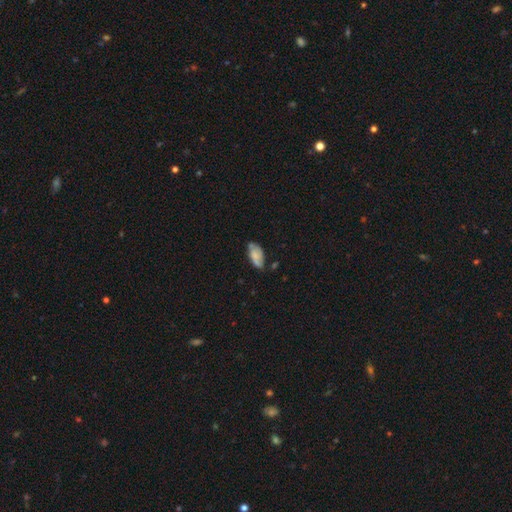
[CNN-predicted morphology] This appears to be a smooth galaxy with no disk features (58%) that is in between round and cigar-shaped (91%). Merging: none (56%).